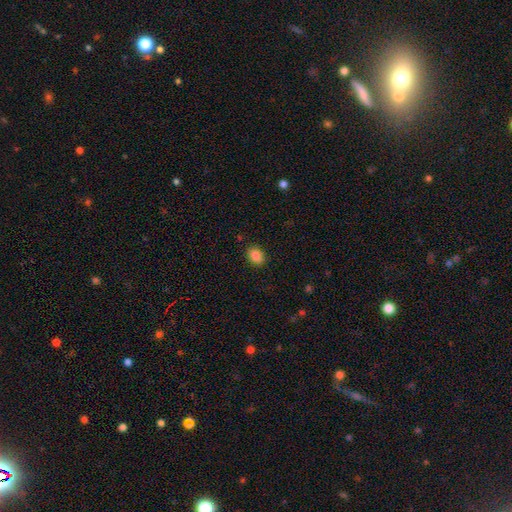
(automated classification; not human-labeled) Smooth or featured? Predicted: smooth (p=0.88). How rounded? Predicted: in between (p=0.71). Merging? Predicted: none (p=0.88).